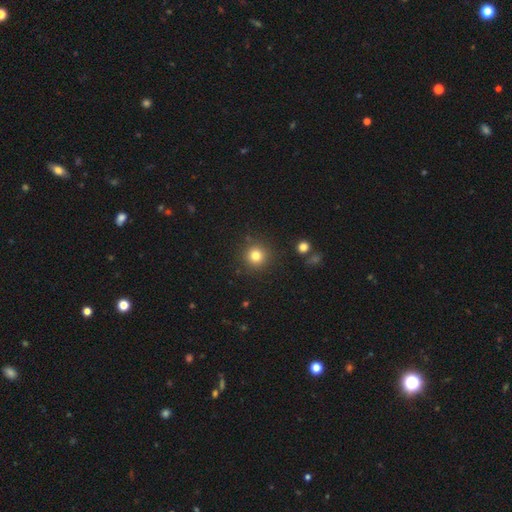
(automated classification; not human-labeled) smooth_or_featured: smooth (p=0.81) [alt: star or artifact p=0.13]
how_rounded: round (p=0.94) [alt: in between p=0.05]
merging: none (p=0.89) [alt: minor disturbance p=0.06]